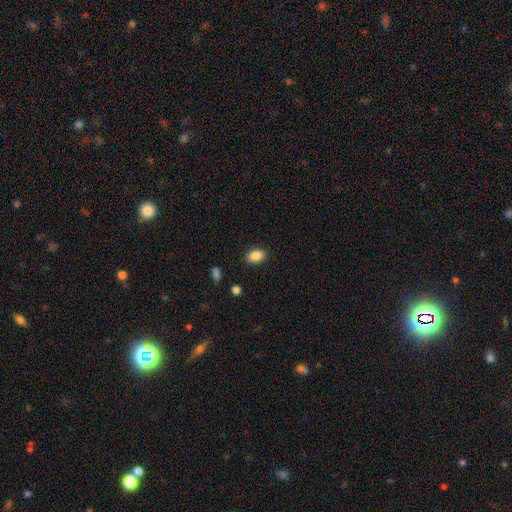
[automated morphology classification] Smooth or featured? Predicted: smooth (p=0.87). How rounded? Predicted: in between (p=0.86). Merging? Predicted: none (p=0.87).